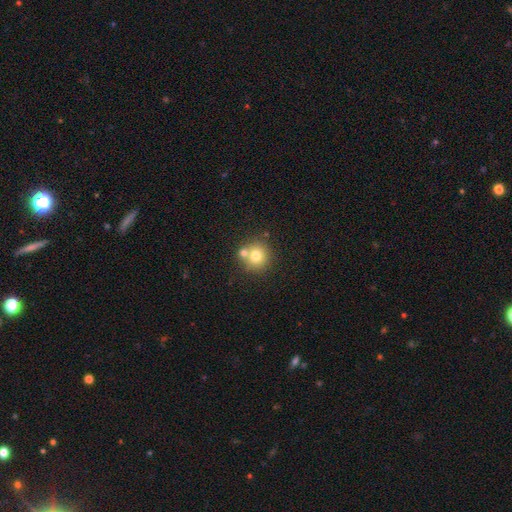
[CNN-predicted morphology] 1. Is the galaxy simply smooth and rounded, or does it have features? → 73% smooth, 15% featured or disk, 12% star or artifact.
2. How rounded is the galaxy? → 90% round, 9% in between, 1% cigar-shaped.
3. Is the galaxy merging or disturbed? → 61% none, 28% merger, 8% minor disturbance, 3% major disturbance.